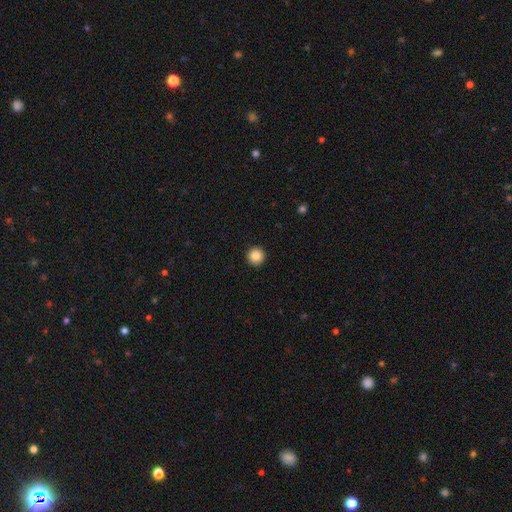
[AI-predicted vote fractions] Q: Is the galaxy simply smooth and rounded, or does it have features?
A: smooth — 85%.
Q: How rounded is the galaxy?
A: round — 96%.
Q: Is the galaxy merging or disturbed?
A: none — 94%.